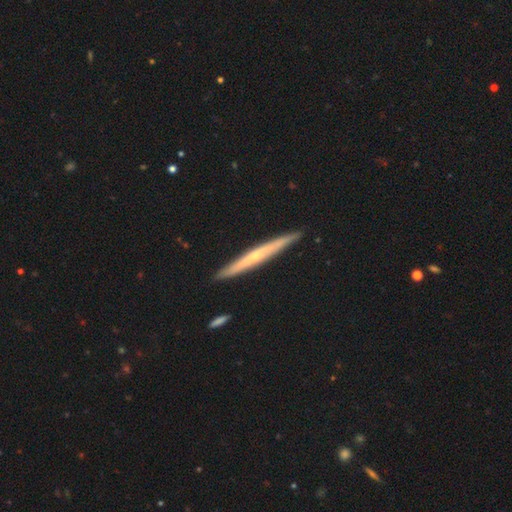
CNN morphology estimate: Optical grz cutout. It shows a featured or disk galaxy (63%) viewed edge-on (96%) with a rounded central bulge (51%). Merging: none (91%).